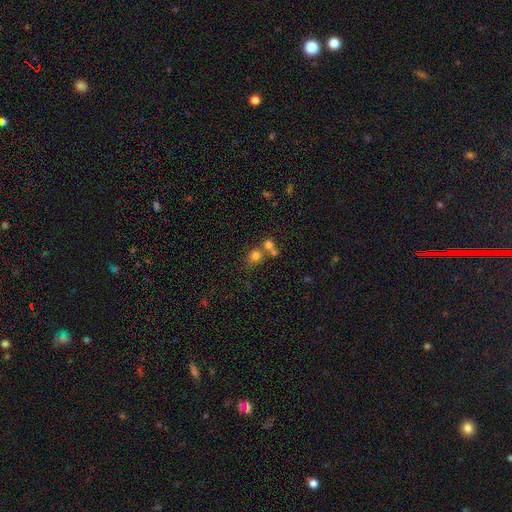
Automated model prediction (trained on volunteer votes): smooth-or-featured: smooth: 75% | star or artifact: 15% | featured or disk: 10%
  how-rounded: round: 79% | in between: 20% | cigar-shaped: 1%
  merging: none: 47% | merger: 42% | minor disturbance: 7% | major disturbance: 4%